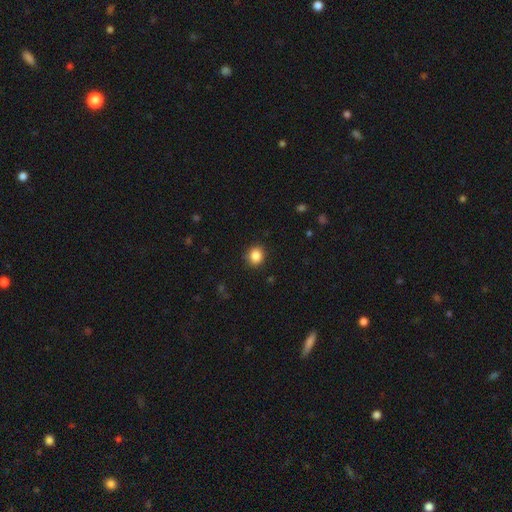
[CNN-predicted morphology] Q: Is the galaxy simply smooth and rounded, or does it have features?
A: smooth — 86%.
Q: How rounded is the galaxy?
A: round — 77%.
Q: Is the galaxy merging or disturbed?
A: none — 88%.